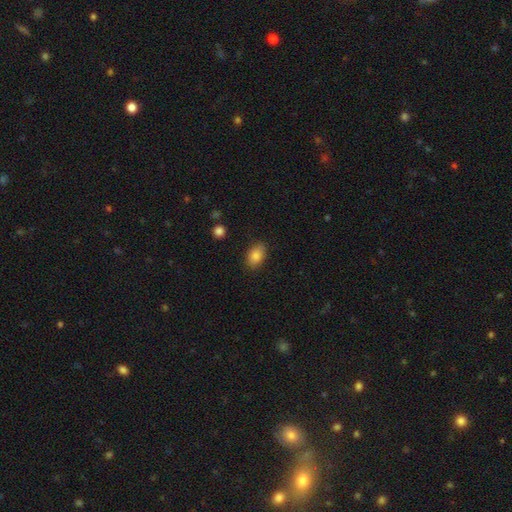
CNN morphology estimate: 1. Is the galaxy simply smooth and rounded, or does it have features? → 86% smooth, 8% star or artifact, 6% featured or disk.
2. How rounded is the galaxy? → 85% in between, 14% round, 2% cigar-shaped.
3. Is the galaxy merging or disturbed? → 82% none, 14% minor disturbance, 3% major disturbance, 1% merger.